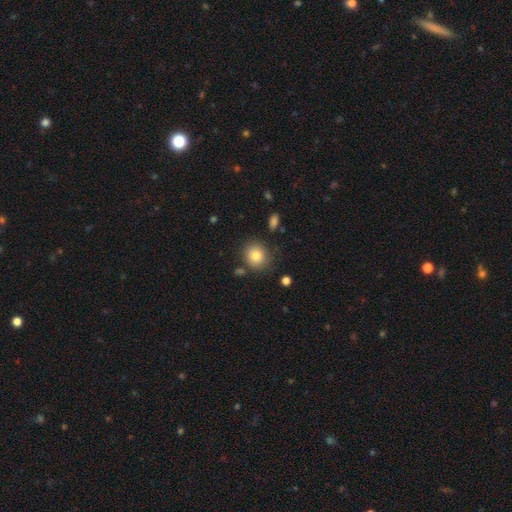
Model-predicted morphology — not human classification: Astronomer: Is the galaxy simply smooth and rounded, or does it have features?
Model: smooth — 81%.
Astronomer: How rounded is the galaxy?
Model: round — 81%.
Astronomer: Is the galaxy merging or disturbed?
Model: none — 80%.